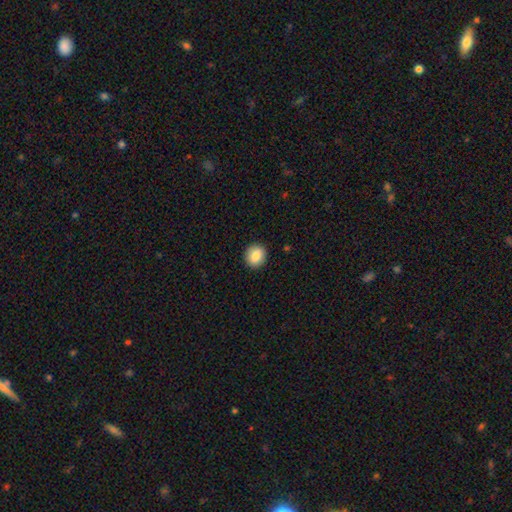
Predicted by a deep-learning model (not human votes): This appears to be a smooth galaxy with no disk features (86%) that is round (80%). Merging: none (91%).